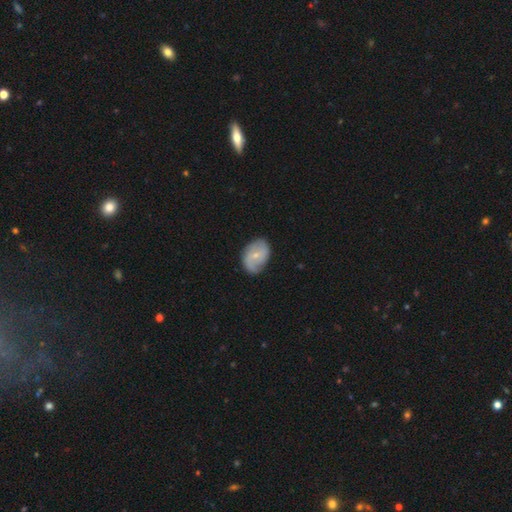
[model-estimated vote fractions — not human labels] featured or disk 58%, smooth 36%, star or artifact 6%. Down the decision tree: edge-on disk — no (96%); bar — no (50%); spiral arms — yes (81%); bulge size — small (64%); merging — none (74%).